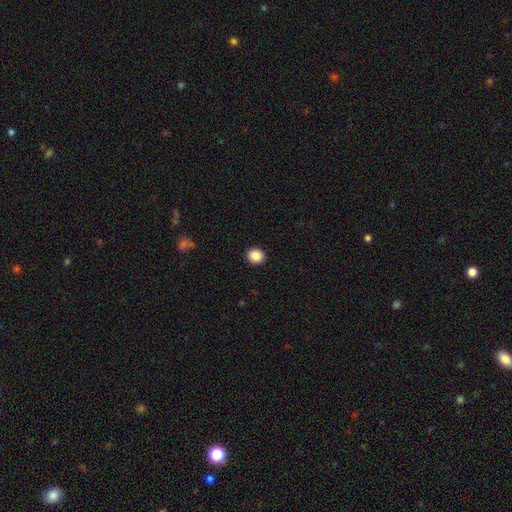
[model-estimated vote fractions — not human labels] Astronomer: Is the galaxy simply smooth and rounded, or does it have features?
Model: smooth — 87%.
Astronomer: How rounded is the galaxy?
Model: round — 82%.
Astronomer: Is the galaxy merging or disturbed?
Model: none — 93%.